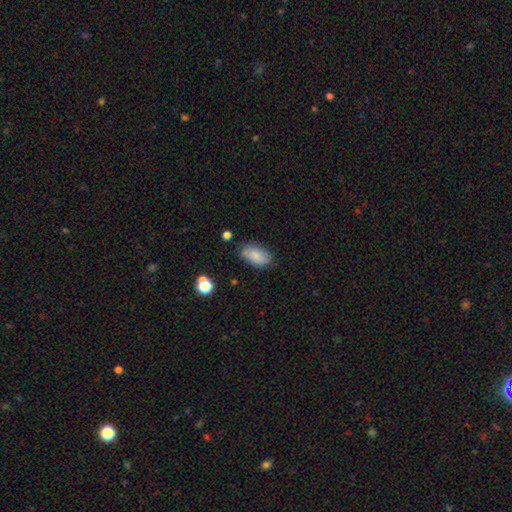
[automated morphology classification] This appears to be a smooth galaxy with no disk features (82%) that is in between round and cigar-shaped (93%). Merging: none (71%).